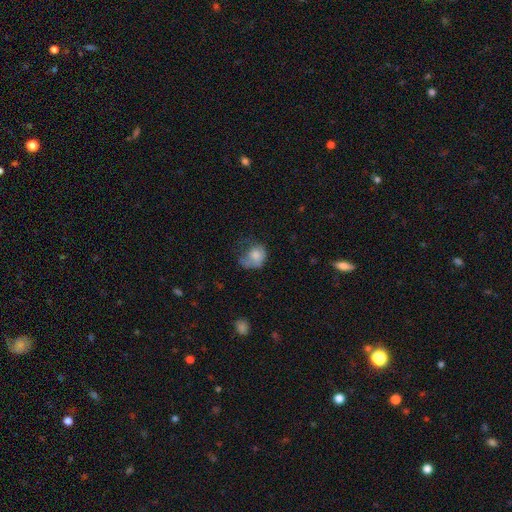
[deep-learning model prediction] Smooth or featured?
  - smooth: 69% *
  - featured or disk: 22%
  - star or artifact: 9%
How rounded?
  - round: 53% *
  - in between: 46%
  - cigar-shaped: 1%
Merging?
  - major disturbance: 40% *
  - minor disturbance: 29%
  - none: 27%
  - merger: 3%